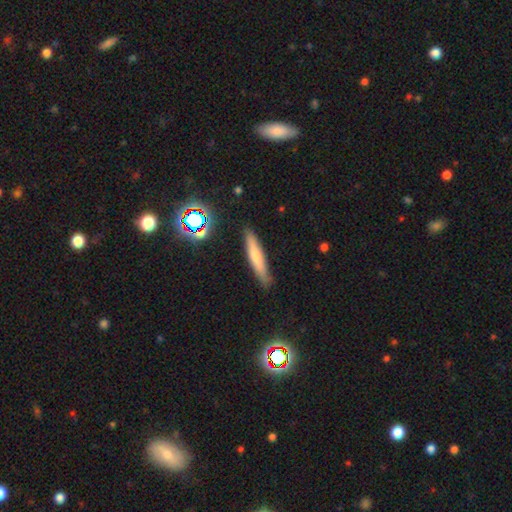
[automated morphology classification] Smooth or featured?
  - smooth: 62% *
  - featured or disk: 30%
  - star or artifact: 9%
How rounded?
  - cigar-shaped: 89% *
  - in between: 10%
  - round: 2%
Merging?
  - none: 85% *
  - minor disturbance: 11%
  - major disturbance: 2%
  - merger: 2%